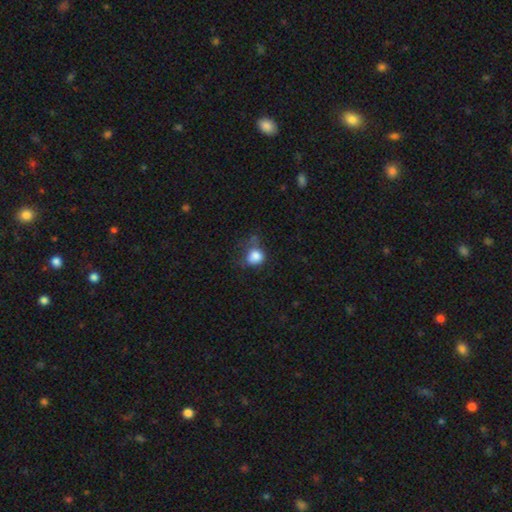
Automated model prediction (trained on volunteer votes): A smooth galaxy with no disk features (81%) that is round (67%).

Vote fractions:
- Smooth or featured? smooth: 81% / star or artifact: 10% / featured or disk: 9%
- How rounded? round: 67% / in between: 32% / cigar-shaped: 1%
- Merging? none: 41% / minor disturbance: 31% / major disturbance: 22% / merger: 5%